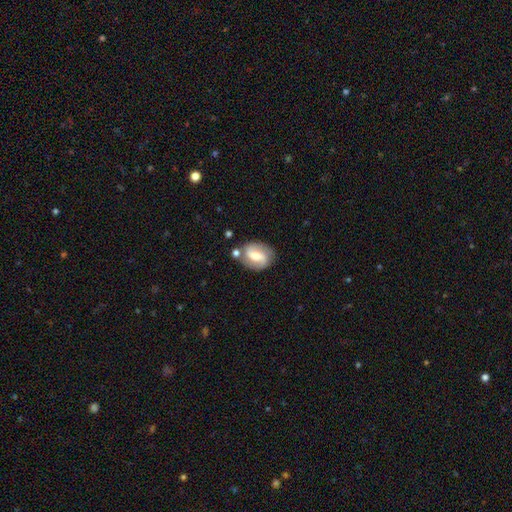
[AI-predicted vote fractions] smooth_or_featured: featured or disk (p=0.68) [alt: smooth p=0.25]
disk_edge_on: no (p=0.96) [alt: yes p=0.04]
bar: weak (p=0.44) [alt: strong p=0.31]
has_spiral_arms: yes (p=0.88) [alt: no p=0.12]
spiral_winding: medium (p=0.43) [alt: loose p=0.38]
spiral_arm_count: 2 (p=0.88) [alt: can't tell p=0.06]
bulge_size: moderate (p=0.63) [alt: small p=0.28]
merging: none (p=0.73) [alt: minor disturbance p=0.14]